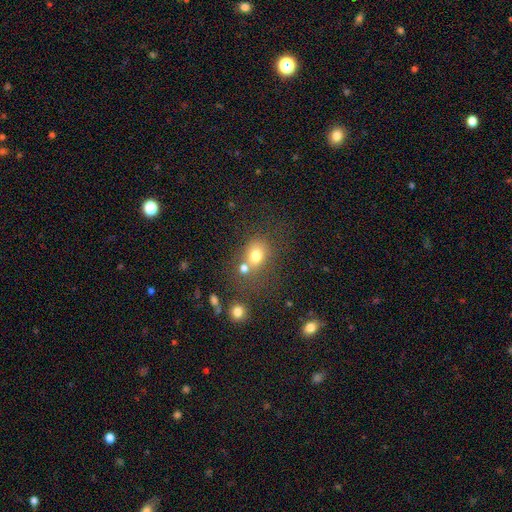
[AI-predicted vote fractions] smooth 74%, star or artifact 14%, featured or disk 12%. Down the decision tree: how rounded — round (63%); merging — none (48%).